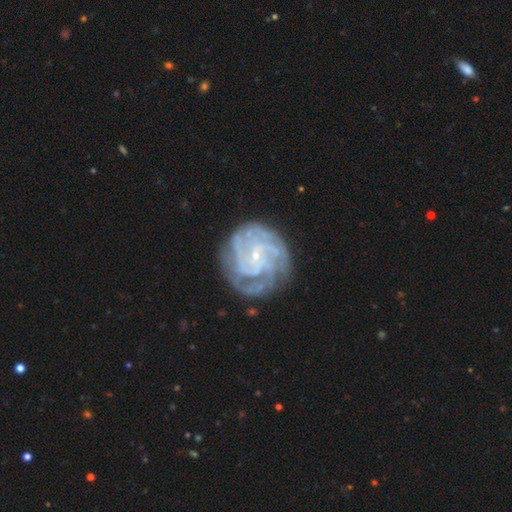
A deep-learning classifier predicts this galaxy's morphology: This appears to be a featured or disk galaxy (86%) with no bar (66%), 4 (27%) tight (69%) spiral arms (96%) and a small central bulge (87%). Merging: none (73%).